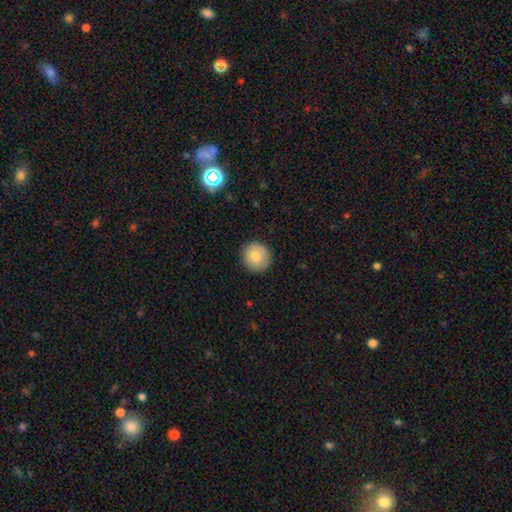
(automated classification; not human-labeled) This is clearly a smooth galaxy (81%). How rounded: clearly round (94%). Merging: clearly none (89%).